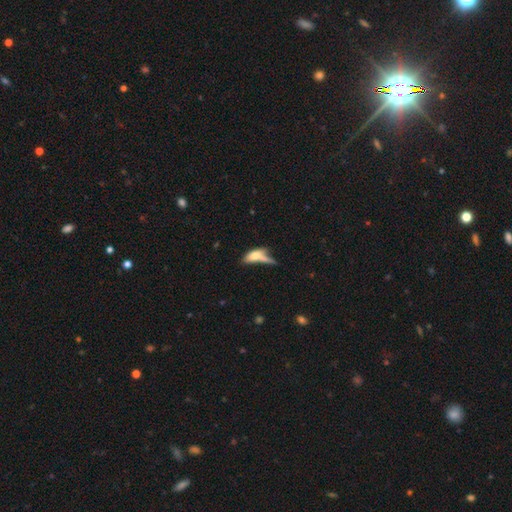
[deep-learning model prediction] Morphology: type=smooth (64%); roundness=in between (61%); merging=merger (35%).